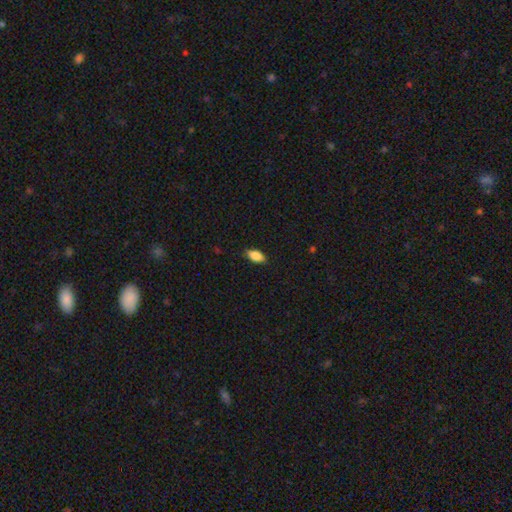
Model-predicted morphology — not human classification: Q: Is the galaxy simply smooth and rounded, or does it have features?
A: smooth — 83%.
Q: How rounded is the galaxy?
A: in between — 89%.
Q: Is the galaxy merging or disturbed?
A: none — 86%.